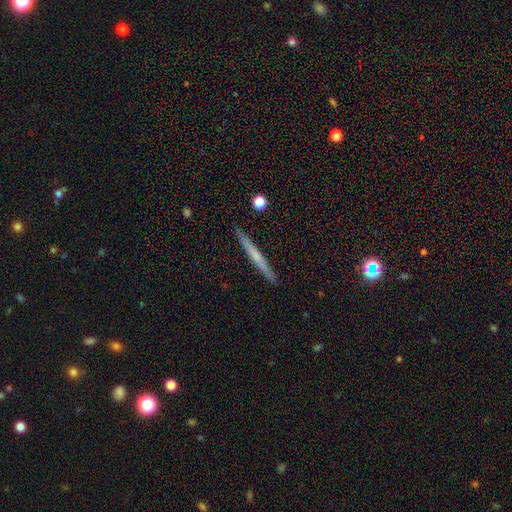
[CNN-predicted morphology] Smooth or featured: featured or disk — 51% (smooth — 42%)
Edge-on disk: yes — 97% (no — 3%)
Merging: none — 92% (minor disturbance — 6%)